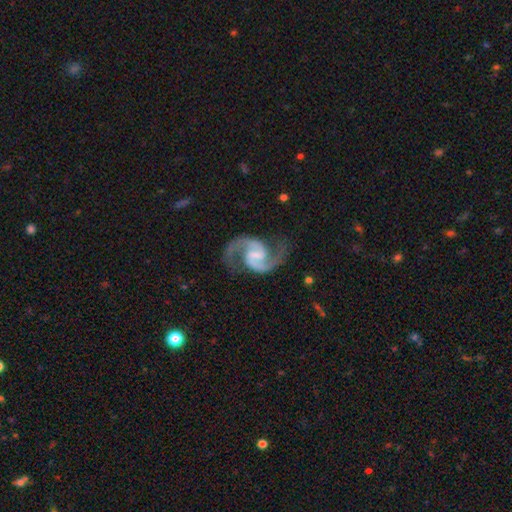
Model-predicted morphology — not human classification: featured or disk 93%, star or artifact 4%, smooth 3%. Down the decision tree: edge-on disk — no (98%); bar — weak (54%); spiral arms — yes (98%); spiral arm count — 2 (95%); spiral winding — medium (63%); bulge size — none (41%); merging — none (79%).